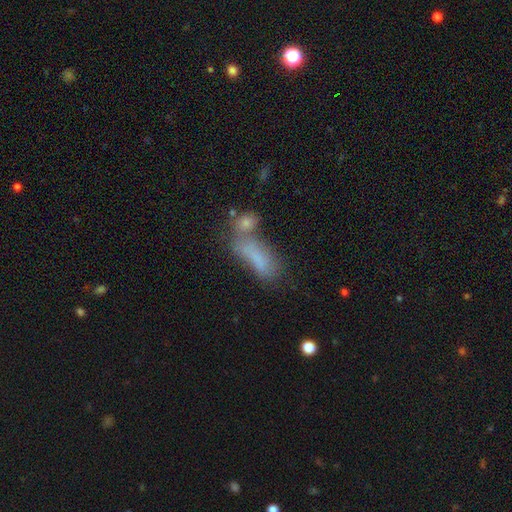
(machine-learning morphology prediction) This appears to be a smooth galaxy with no disk features (65%) that is in between round and cigar-shaped (61%). Merging: merger (42%).